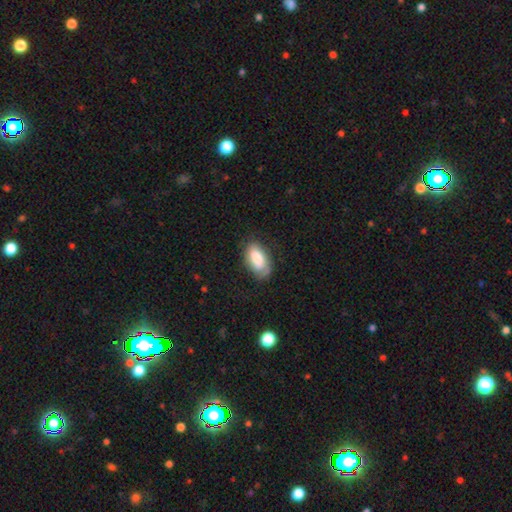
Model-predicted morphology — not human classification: smooth 74%, featured or disk 19%, star or artifact 7%. Down the decision tree: how rounded — in between (93%); merging — none (66%).